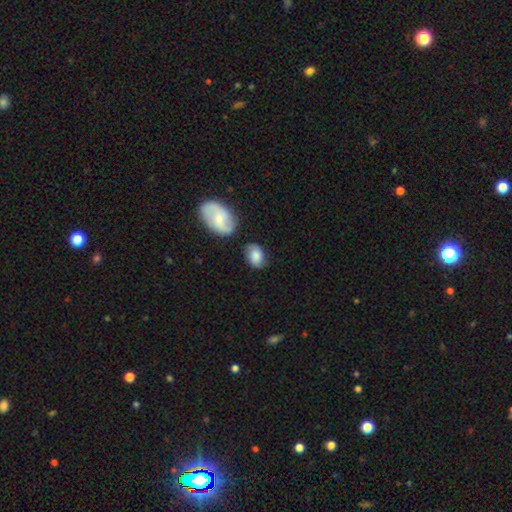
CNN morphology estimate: This is likely a smooth galaxy (77%). How rounded: clearly in between (81%). Merging: likely none (66%).